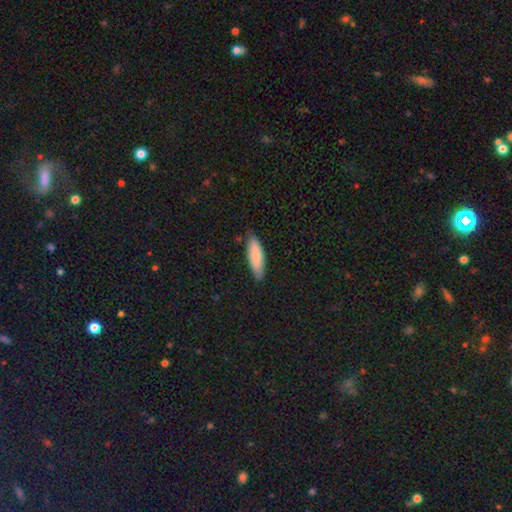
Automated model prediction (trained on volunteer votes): This appears to be a smooth galaxy with no disk features (81%) that is in between round and cigar-shaped (50%). Merging: none (81%).